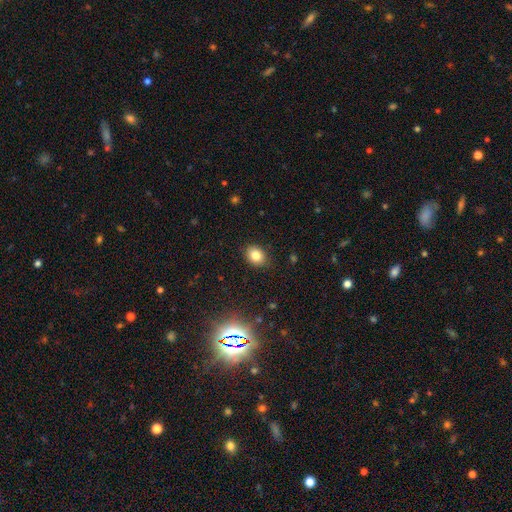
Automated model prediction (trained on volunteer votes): Smooth or featured: smooth — 81% (star or artifact — 12%)
How rounded: in between — 57% (round — 43%)
Merging: none — 86% (minor disturbance — 10%)